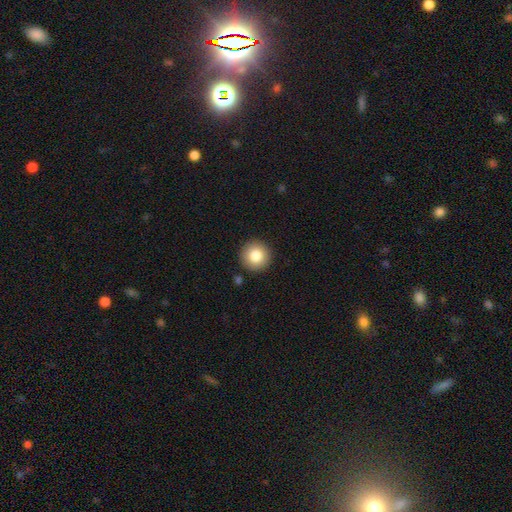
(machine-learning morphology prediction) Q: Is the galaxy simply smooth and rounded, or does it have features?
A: smooth — 82%.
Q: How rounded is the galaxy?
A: round — 96%.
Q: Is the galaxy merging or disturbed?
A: none — 91%.